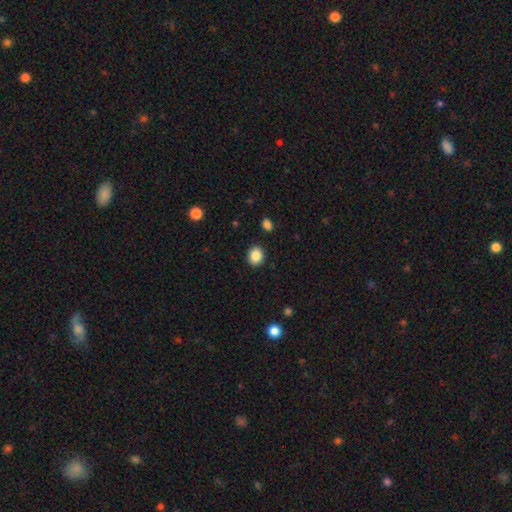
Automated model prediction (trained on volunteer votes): A smooth galaxy with no disk features (87%) that is round (55%). Merging: none (90%).